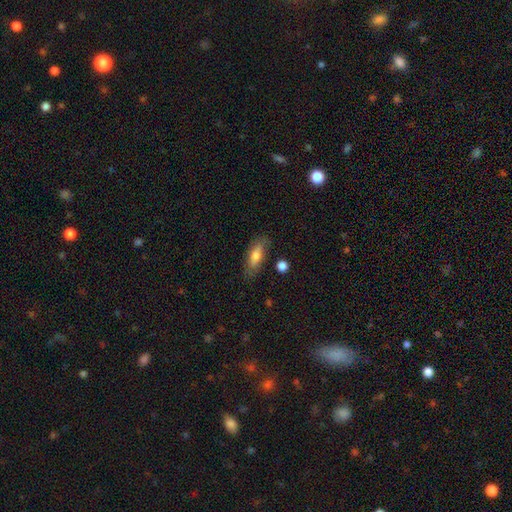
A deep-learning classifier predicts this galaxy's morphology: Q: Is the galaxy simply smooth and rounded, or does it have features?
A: smooth — 67%.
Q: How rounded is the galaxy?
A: in between — 67%.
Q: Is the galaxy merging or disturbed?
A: none — 76%.